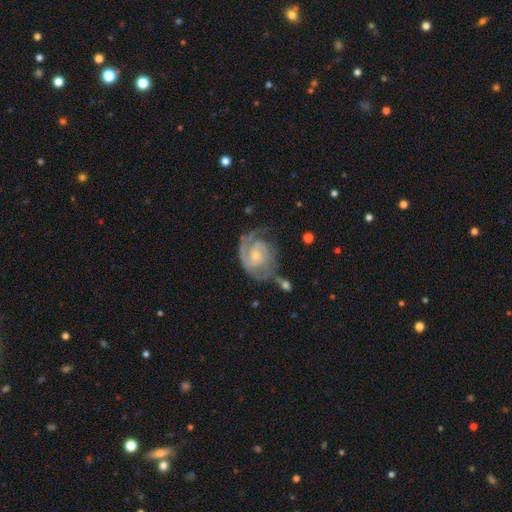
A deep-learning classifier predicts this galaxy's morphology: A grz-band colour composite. It shows a featured or disk galaxy (86%) with no bar (64%), 2 (55%) tight (50%) spiral arms (96%) and a small central bulge (66%). Merging: none (51%).